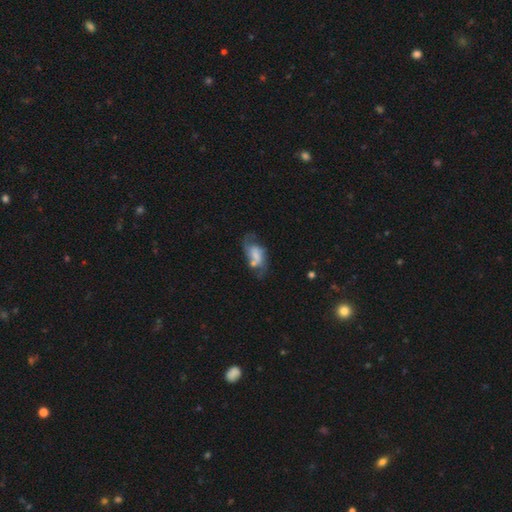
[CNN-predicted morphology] A featured or disk galaxy (53%) with no bar (54%), spiral arms (69%) and no central bulge (35%). Merging: none (36%).